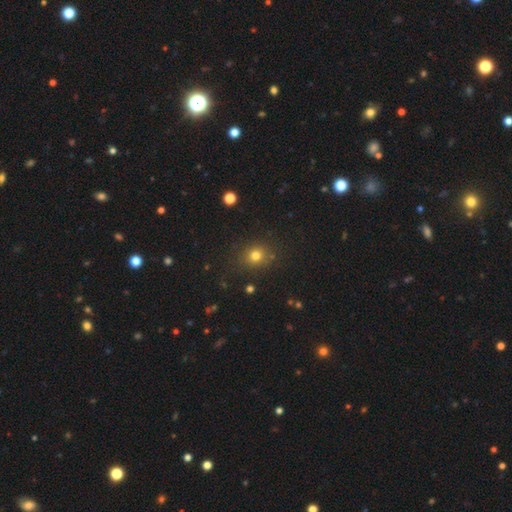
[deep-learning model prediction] Q: Smooth or featured?
A: smooth (76%); runner-up: star or artifact (17%)
Q: How rounded?
A: round (80%); runner-up: in between (19%)
Q: Merging?
A: none (84%); runner-up: minor disturbance (10%)